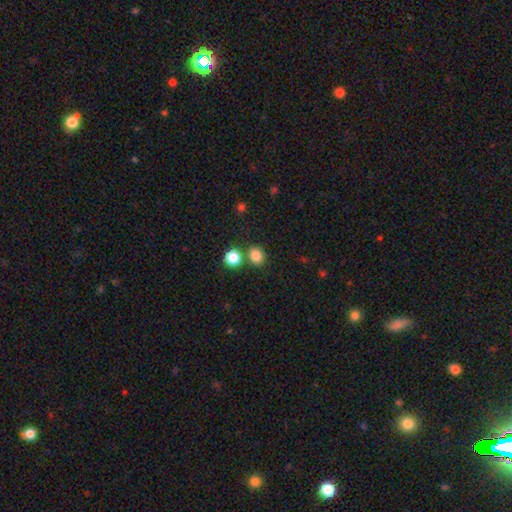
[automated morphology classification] Q: Smooth or featured?
A: smooth (83%); runner-up: star or artifact (12%)
Q: How rounded?
A: round (70%); runner-up: in between (29%)
Q: Merging?
A: none (72%); runner-up: merger (17%)